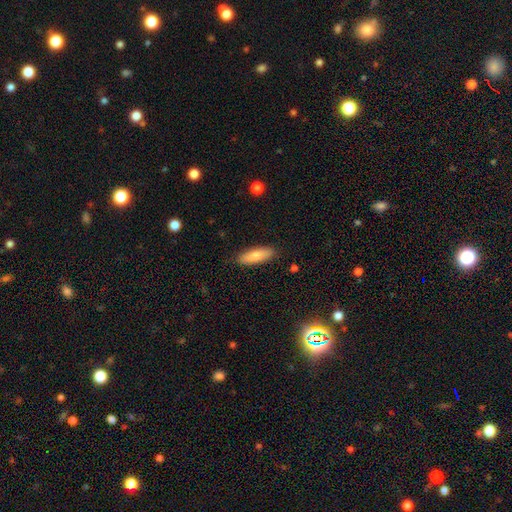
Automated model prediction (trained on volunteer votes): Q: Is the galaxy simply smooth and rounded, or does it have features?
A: smooth — 80%.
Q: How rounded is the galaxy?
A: in between — 56%.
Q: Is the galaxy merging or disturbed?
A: none — 88%.